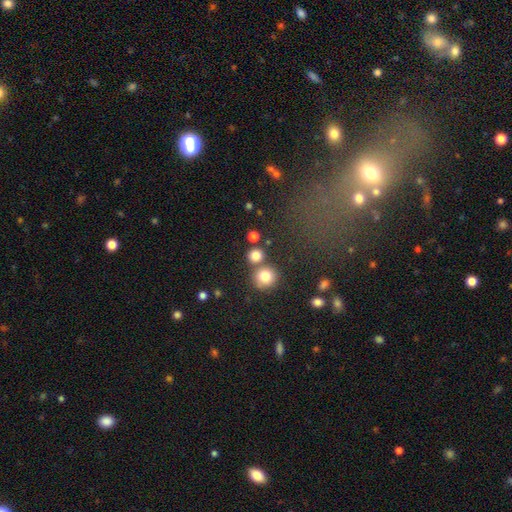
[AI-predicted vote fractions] A smooth galaxy with no disk features (81%) that is round (88%). Merging: none (67%).